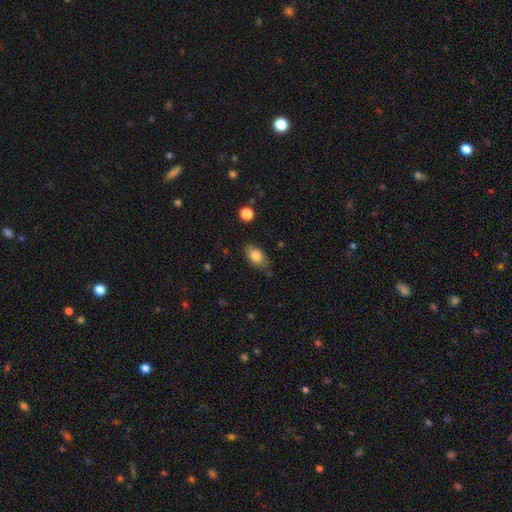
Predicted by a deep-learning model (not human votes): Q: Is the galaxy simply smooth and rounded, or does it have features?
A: smooth — 81%.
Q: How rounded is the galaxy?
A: in between — 88%.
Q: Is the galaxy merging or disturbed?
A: none — 76%.